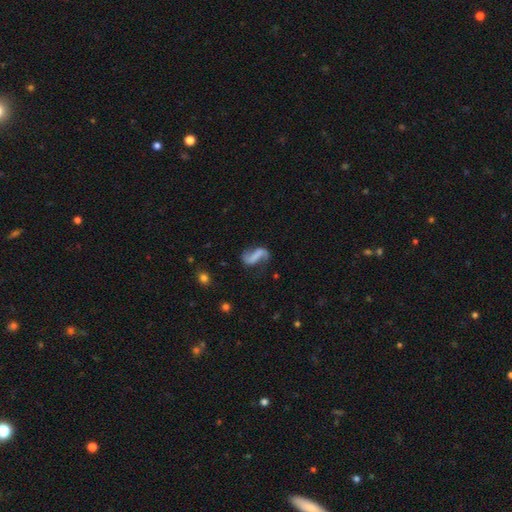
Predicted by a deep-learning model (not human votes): Overall: featured or disk (74%). Edge-on disk: no (96%). Bar: strong (47%; weak 27%). Spiral arms: yes (90%). Spiral arm count: 2 (88%). Spiral winding: loose (78%). Bulge size: none (71%). Merging: none (63%).